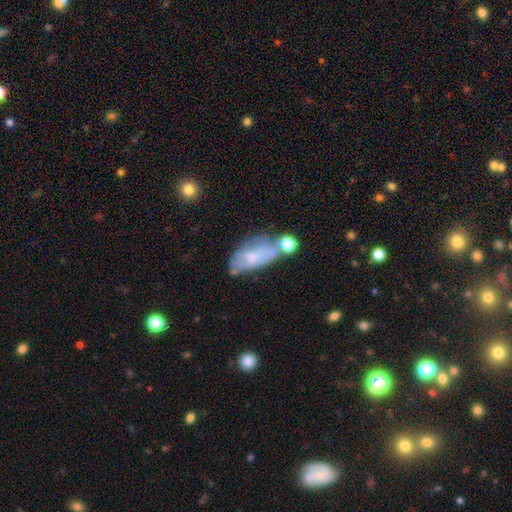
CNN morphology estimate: Q: Smooth or featured?
A: featured or disk (46%); runner-up: smooth (44%)
Q: Merging?
A: none (37%); runner-up: minor disturbance (26%)